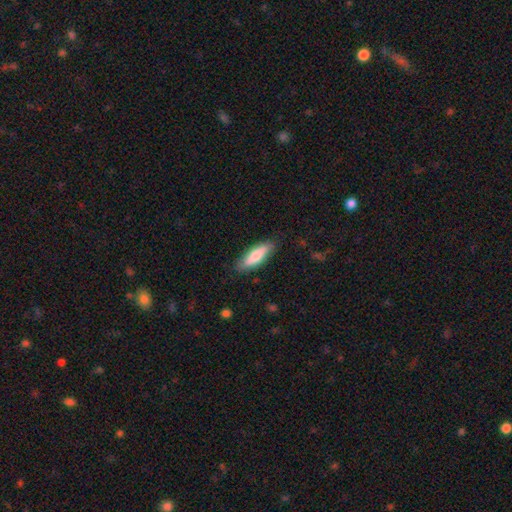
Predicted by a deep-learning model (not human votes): smooth-or-featured: smooth: 75% | featured or disk: 20% | star or artifact: 5%
  how-rounded: in between: 49% (tied) | cigar-shaped: 49% (tied) | round: 2%
  merging: none: 82% | minor disturbance: 14% | major disturbance: 3% | merger: 1%